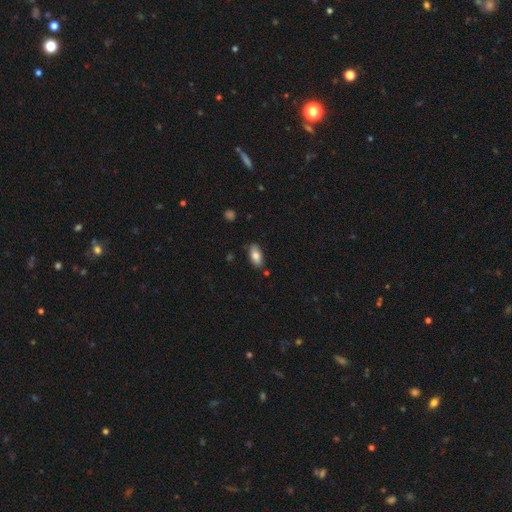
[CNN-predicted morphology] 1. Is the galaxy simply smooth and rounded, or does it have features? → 80% smooth, 13% featured or disk, 7% star or artifact.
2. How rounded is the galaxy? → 91% in between, 7% cigar-shaped, 3% round.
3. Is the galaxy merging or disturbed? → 82% none, 12% minor disturbance, 3% merger, 2% major disturbance.